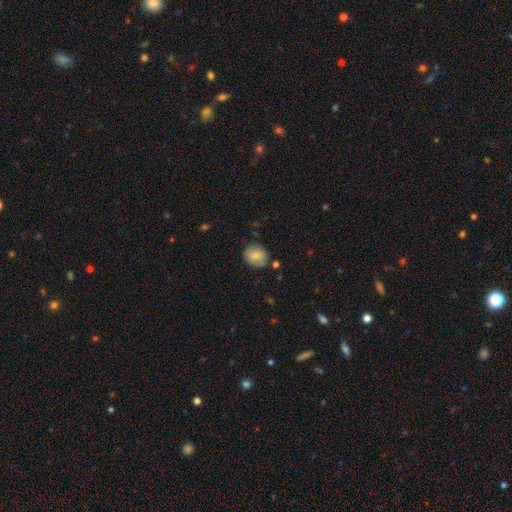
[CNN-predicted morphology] type=smooth (74%); roundness=round (72%); merging=none (75%).